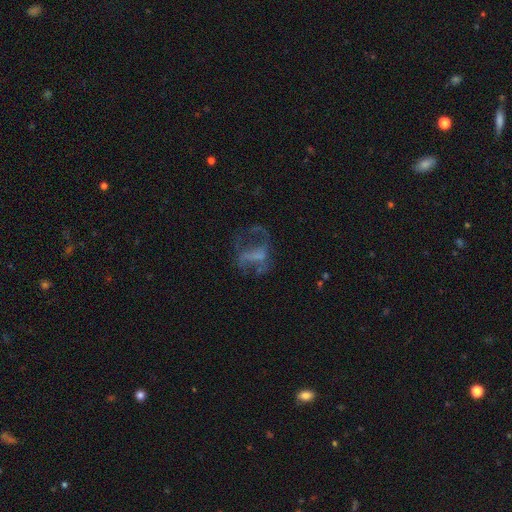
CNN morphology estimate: smooth-or-featured: featured or disk: 59% | smooth: 24% | star or artifact: 17%
  disk-edge-on: no: 96% | yes: 4%
    bar: no: 48% | weak: 30% | strong: 22%
    has-spiral-arms: no: 59% | yes: 41%
    bulge-size: none: 63% | small: 20% | moderate: 12% | large: 4% | dominant: 2%
  merging: major disturbance: 48% | none: 33% | minor disturbance: 14% | merger: 5%